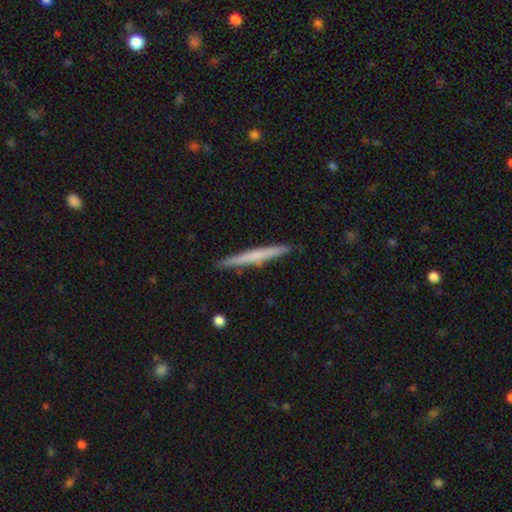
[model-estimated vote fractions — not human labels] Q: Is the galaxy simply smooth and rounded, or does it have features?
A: smooth — 51%.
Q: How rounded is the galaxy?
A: cigar-shaped — 97%.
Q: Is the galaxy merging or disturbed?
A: none — 91%.